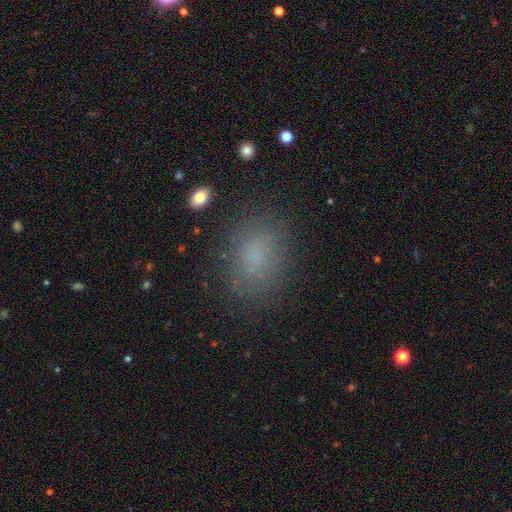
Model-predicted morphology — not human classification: Smooth or featured? smooth (78%)
How rounded? in between (64%)
Merging? none (80%)